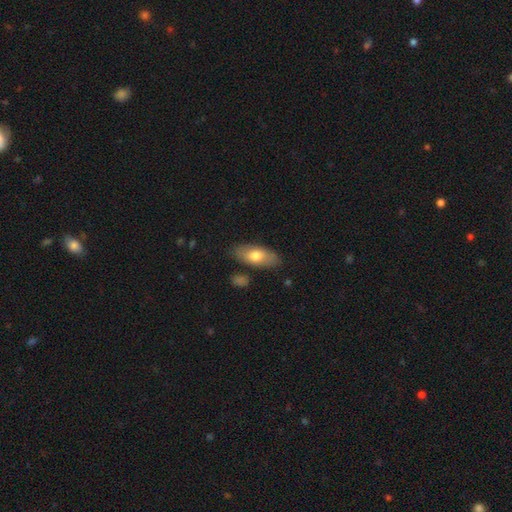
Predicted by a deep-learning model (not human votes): Smooth or featured: smooth — 71% (featured or disk — 23%)
How rounded: in between — 84% (cigar-shaped — 13%)
Merging: none — 82% (minor disturbance — 12%)